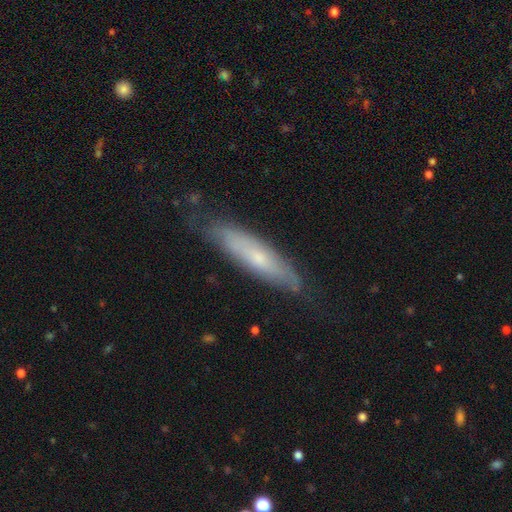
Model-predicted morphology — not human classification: type=featured or disk (47%); merging=none (75%).